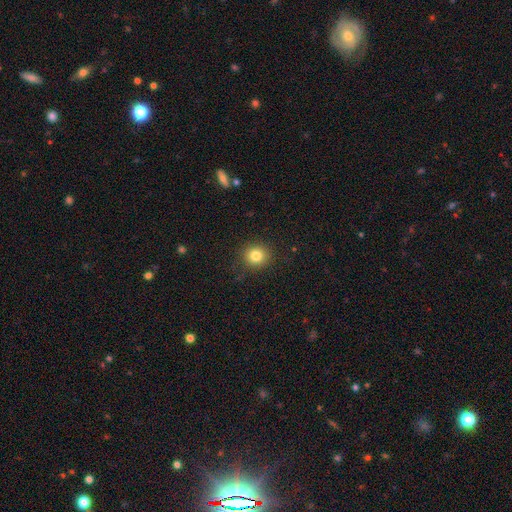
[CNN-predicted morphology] A smooth galaxy with no disk features (82%) that is round (88%).

Vote fractions:
- Smooth or featured? smooth: 82% / star or artifact: 11% / featured or disk: 6%
- How rounded? round: 88% / in between: 11% / cigar-shaped: 1%
- Merging? none: 89% / minor disturbance: 8% / major disturbance: 3% / merger: 1%